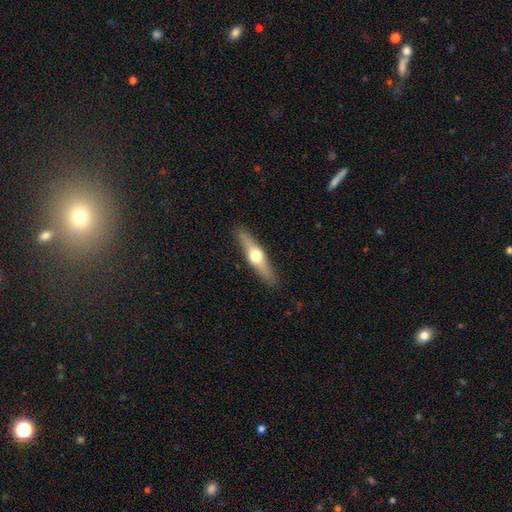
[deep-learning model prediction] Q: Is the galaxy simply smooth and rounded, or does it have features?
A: featured or disk — 64%.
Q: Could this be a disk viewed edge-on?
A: yes — 95%.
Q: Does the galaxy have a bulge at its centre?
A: rounded — 96%.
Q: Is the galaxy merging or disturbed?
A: none — 90%.